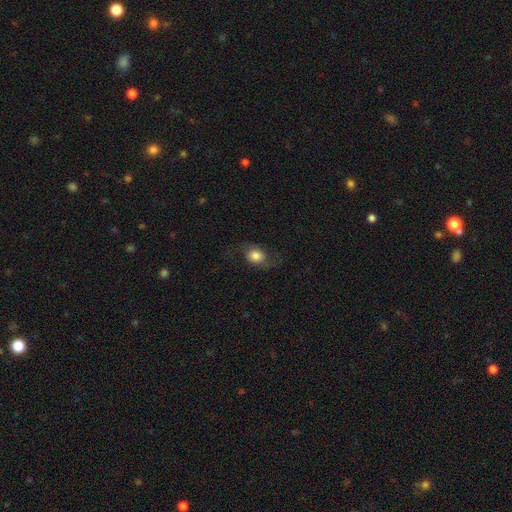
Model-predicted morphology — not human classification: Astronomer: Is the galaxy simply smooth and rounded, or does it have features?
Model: smooth — 56% (runner-up: featured or disk, 35%).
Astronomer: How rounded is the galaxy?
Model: round — 60% (runner-up: in between, 38%).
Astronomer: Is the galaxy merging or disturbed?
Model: none — 63%.